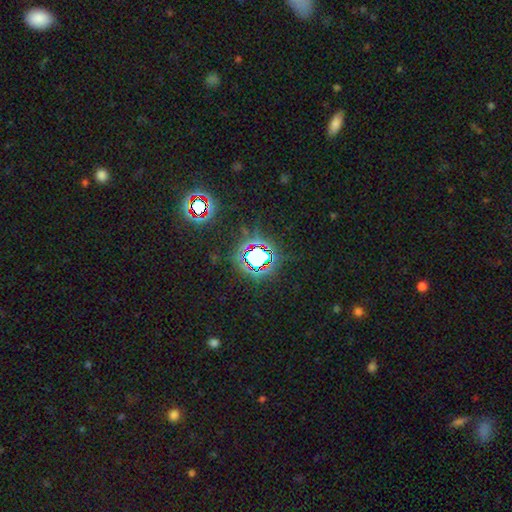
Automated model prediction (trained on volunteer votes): Smooth or featured? star or artifact (73%)